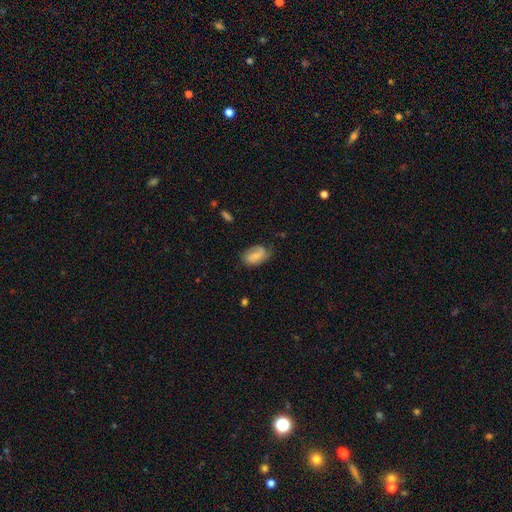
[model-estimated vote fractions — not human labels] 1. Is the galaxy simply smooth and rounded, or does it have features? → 56% smooth, 36% featured or disk, 8% star or artifact.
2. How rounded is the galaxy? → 89% in between, 9% round, 2% cigar-shaped.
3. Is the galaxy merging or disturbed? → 51% none, 32% minor disturbance, 15% major disturbance, 2% merger.